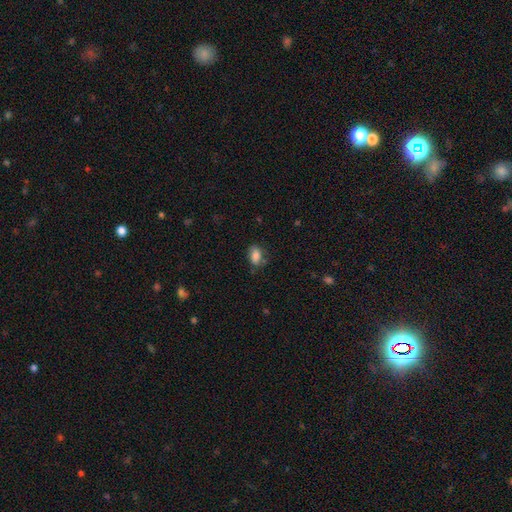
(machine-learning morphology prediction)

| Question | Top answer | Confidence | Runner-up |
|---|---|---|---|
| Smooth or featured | smooth | 82% | star or artifact (9%) |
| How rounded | in between | 86% | round (12%) |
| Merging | none | 68% | minor disturbance (22%) |